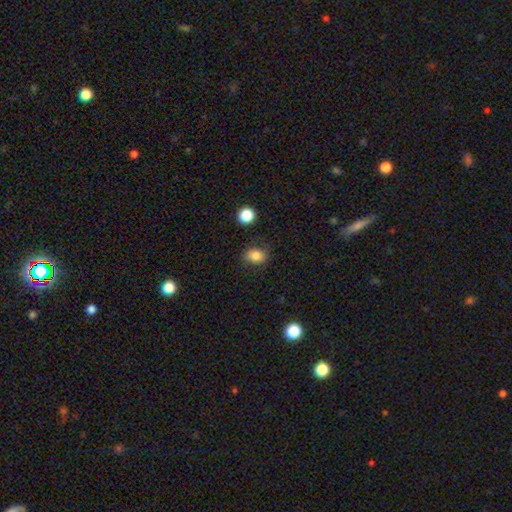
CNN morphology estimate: This appears to be a smooth galaxy with no disk features (81%) that is in between round and cigar-shaped (62%). Merging: none (75%).